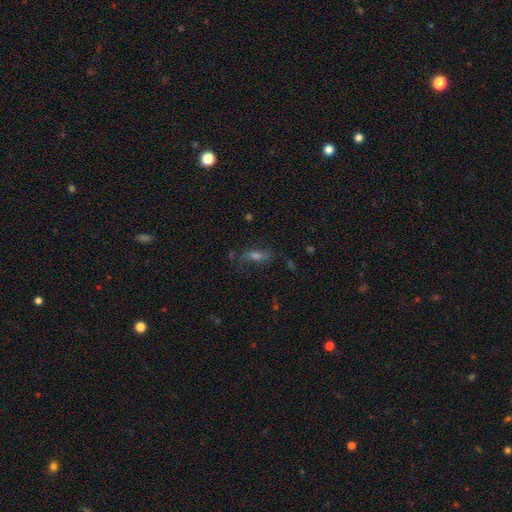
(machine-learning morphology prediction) A smooth galaxy with no disk features (44%). Merging: none (63%).